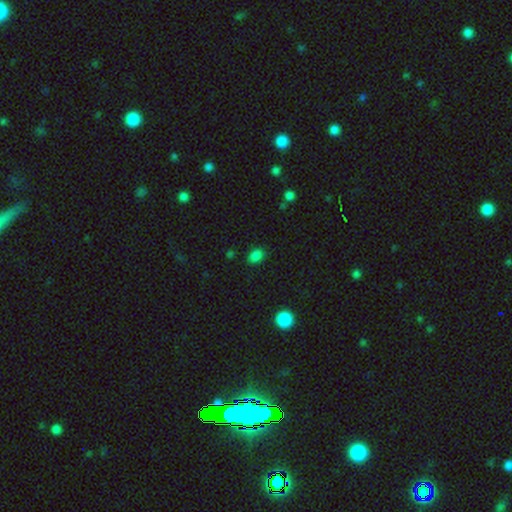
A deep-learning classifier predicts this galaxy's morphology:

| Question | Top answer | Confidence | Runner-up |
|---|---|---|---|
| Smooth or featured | smooth | 83% | star or artifact (13%) |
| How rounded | in between | 69% | round (30%) |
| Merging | none | 86% | minor disturbance (10%) |